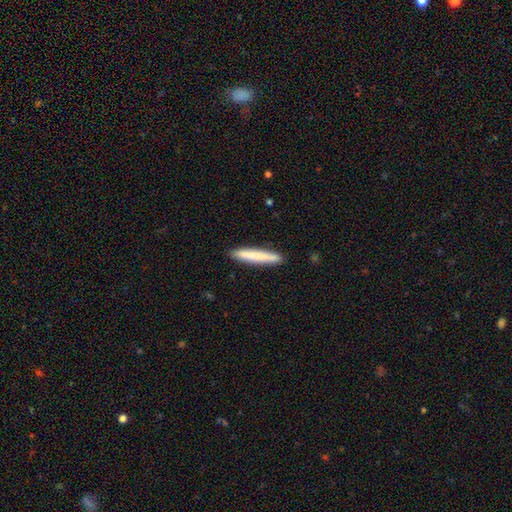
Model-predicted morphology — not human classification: Smooth or featured? smooth (76%)
How rounded? cigar-shaped (95%)
Merging? none (88%)